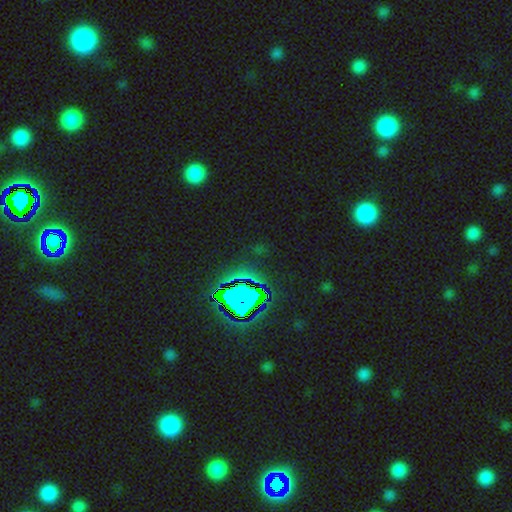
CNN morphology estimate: Smooth or featured? star or artifact (76%)